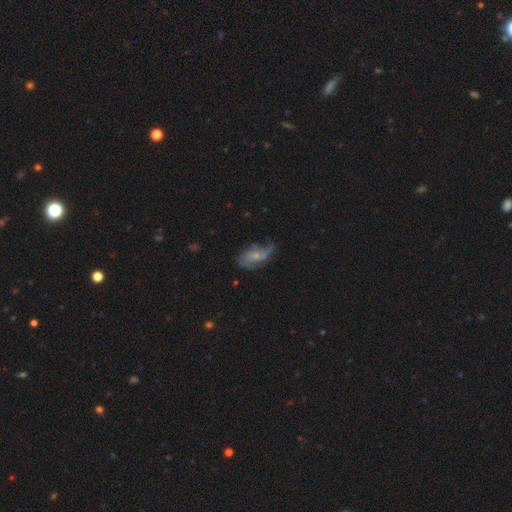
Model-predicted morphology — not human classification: Smooth or featured? featured or disk (64%)
Edge-on disk? no (95%)
Bar? no (67%)
Spiral arms? yes (82%)
Spiral winding? loose (54%)
Spiral arm count? 2 (56%)
Bulge size? small (60%)
Merging? none (45%)